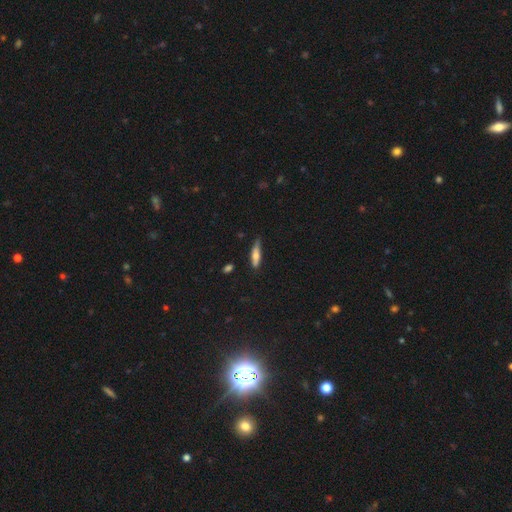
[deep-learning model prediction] A smooth galaxy with no disk features (62%) that is cigar-shaped (71%).

Vote fractions:
- Smooth or featured? smooth: 62% / featured or disk: 32% / star or artifact: 7%
- How rounded? cigar-shaped: 71% / in between: 27% / round: 2%
- Merging? none: 65% / minor disturbance: 27% / major disturbance: 5% / merger: 2%